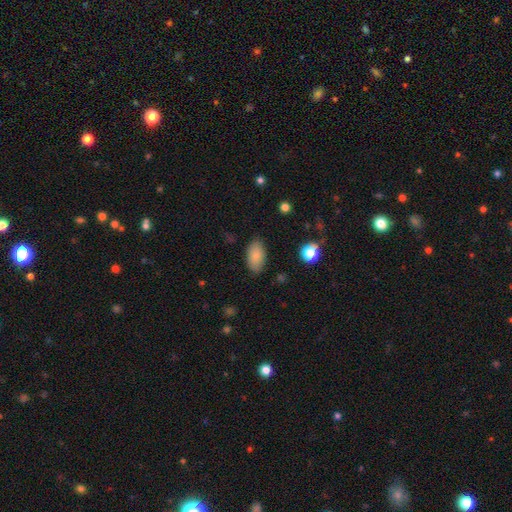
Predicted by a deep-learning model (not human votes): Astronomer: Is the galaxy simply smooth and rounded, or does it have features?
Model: smooth — 83%.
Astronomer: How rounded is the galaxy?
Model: in between — 93%.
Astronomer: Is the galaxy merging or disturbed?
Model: none — 83%.